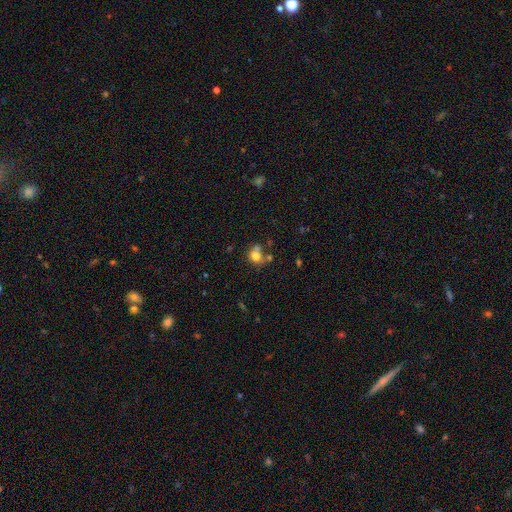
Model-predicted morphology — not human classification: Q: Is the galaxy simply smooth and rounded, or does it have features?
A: smooth — 76%.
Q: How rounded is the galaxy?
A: round — 73%.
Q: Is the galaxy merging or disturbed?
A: none — 49%.